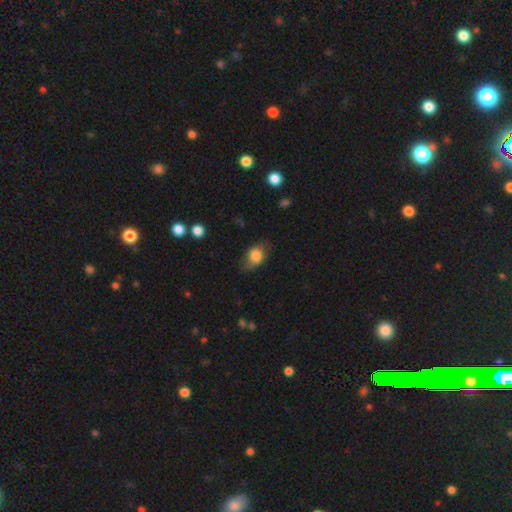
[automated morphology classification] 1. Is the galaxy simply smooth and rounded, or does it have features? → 72% smooth, 20% featured or disk, 8% star or artifact.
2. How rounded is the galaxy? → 76% in between, 22% round, 2% cigar-shaped.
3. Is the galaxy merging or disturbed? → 66% none, 24% minor disturbance, 9% major disturbance, 1% merger.